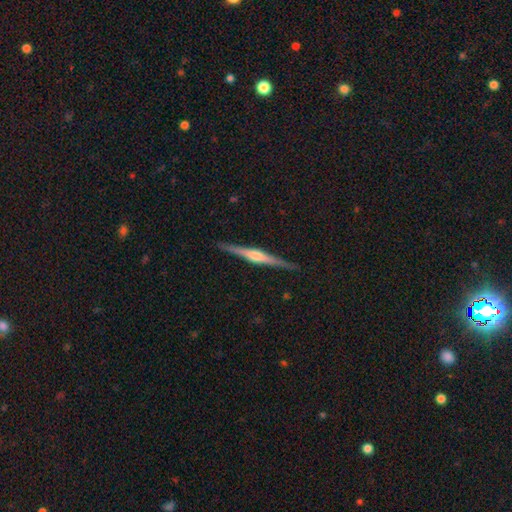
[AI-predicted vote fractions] Smooth or featured? Predicted: featured or disk (p=0.77). Edge-on disk? Predicted: yes (p=0.98). Edge-on bulge? Predicted: rounded (p=0.78). Merging? Predicted: none (p=0.90).